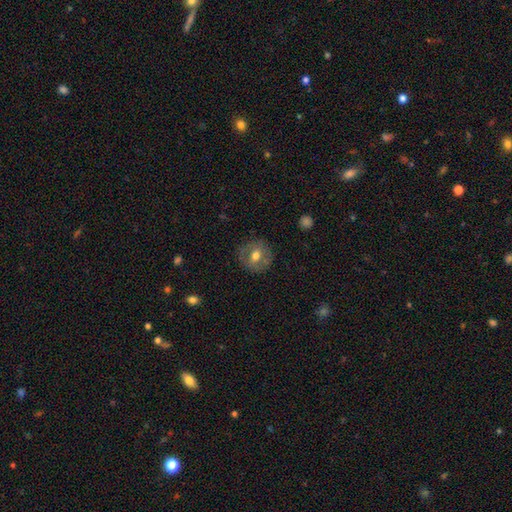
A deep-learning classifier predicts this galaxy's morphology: smooth 55%, featured or disk 37%, star or artifact 8%. Down the decision tree: how rounded — round (86%); merging — none (83%).